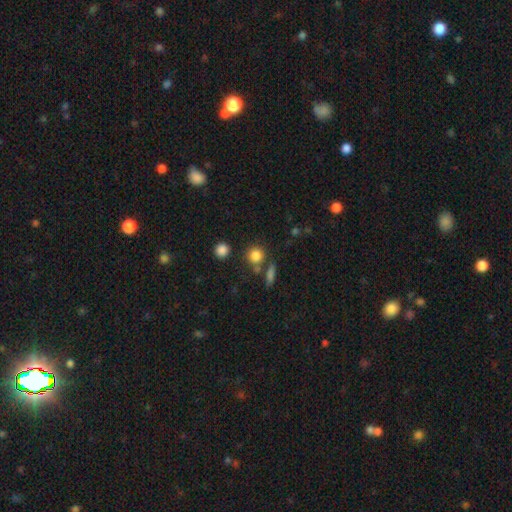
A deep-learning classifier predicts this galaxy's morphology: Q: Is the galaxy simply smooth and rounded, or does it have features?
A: smooth — 82%.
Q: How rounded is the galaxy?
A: round — 88%.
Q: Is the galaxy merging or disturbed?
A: none — 70%.